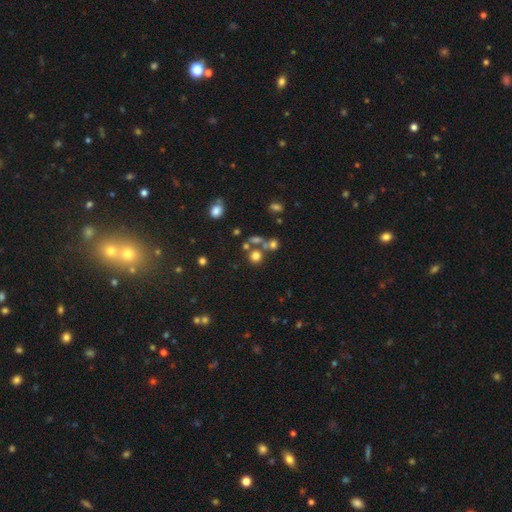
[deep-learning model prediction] Smooth or featured? smooth (70%)
How rounded? round (89%)
Merging? none (62%)